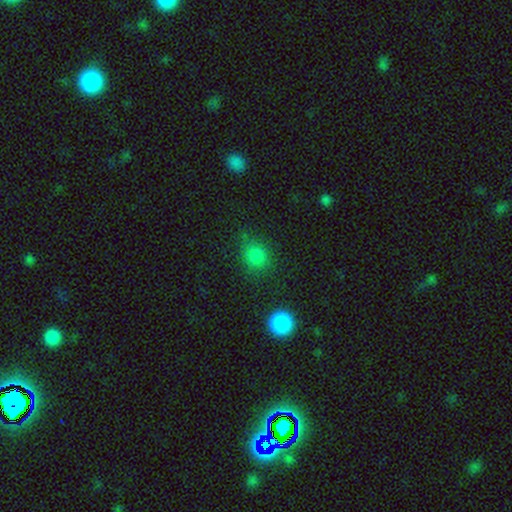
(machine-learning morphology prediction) type=smooth (82%); roundness=round (74%); merging=none (76%).